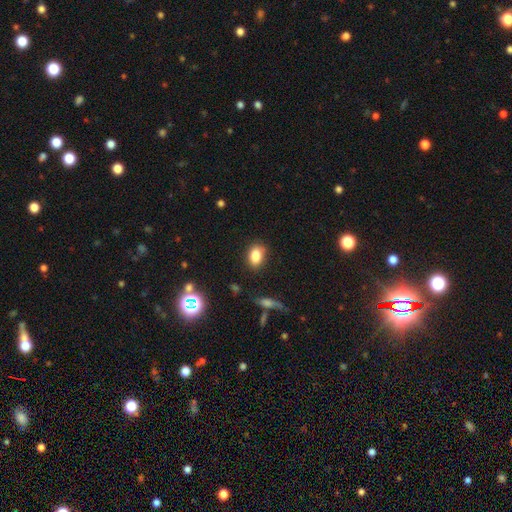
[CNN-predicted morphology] Q: Smooth or featured?
A: smooth (84%); runner-up: star or artifact (10%)
Q: How rounded?
A: in between (78%); runner-up: round (21%)
Q: Merging?
A: none (82%); runner-up: minor disturbance (12%)